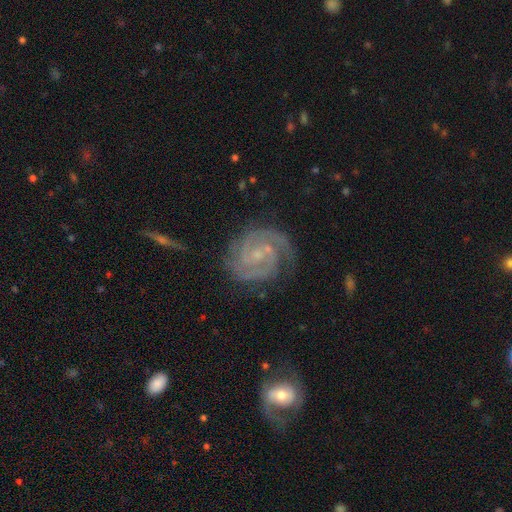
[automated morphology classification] Smooth or featured?
  - featured or disk: 90% *
  - star or artifact: 6%
  - smooth: 5%
Edge-on disk?
  - no: 98% *
  - yes: 2%
Bar?
  - no: 54% *
  - weak: 36%
  - strong: 10%
Spiral arms?
  - yes: 98% *
  - no: 2%
Spiral winding?
  - tight: 68% *
  - medium: 28%
  - loose: 4%
Spiral arm count?
  - 2: 58% *
  - 3: 20%
  - can't tell: 9%
  - 4: 5%
  - 1: 4%
  - more than 4: 4%
Bulge size?
  - small: 78% *
  - moderate: 14%
  - none: 6%
  - large: 1%
  - dominant: 1%
Merging?
  - none: 77% *
  - minor disturbance: 16%
  - major disturbance: 5%
  - merger: 2%